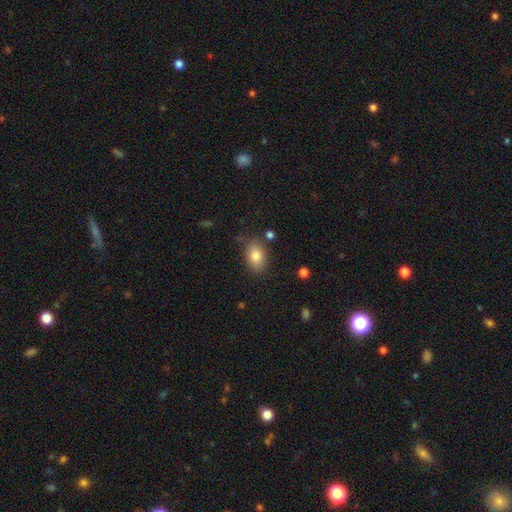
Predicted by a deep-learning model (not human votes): A smooth galaxy with no disk features (81%) that is in between round and cigar-shaped (84%). Merging: none (79%).